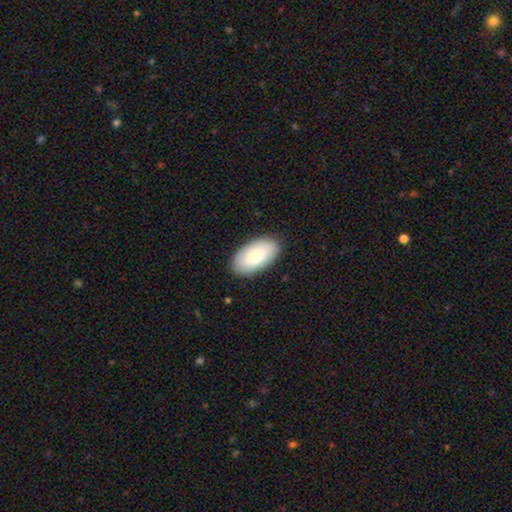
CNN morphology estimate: This appears to be a smooth galaxy with no disk features (77%) that is in between round and cigar-shaped (95%). Merging: none (87%).